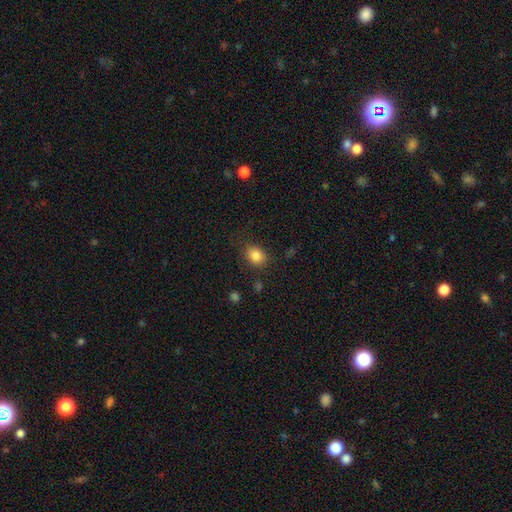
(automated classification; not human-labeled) A smooth galaxy with no disk features (83%) that is round (61%). Merging: none (80%).